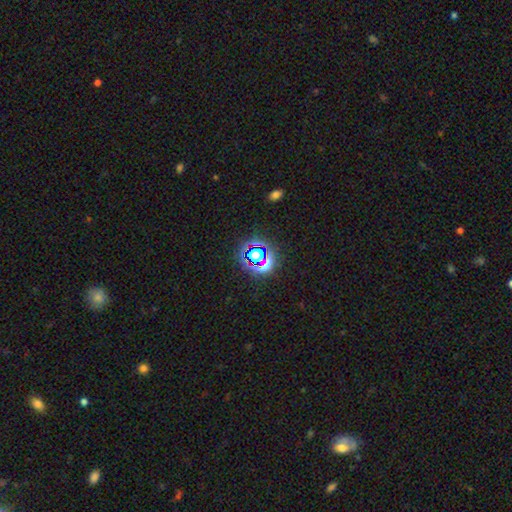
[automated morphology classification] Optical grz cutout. It shows a star or artifact, not a galaxy (64%).